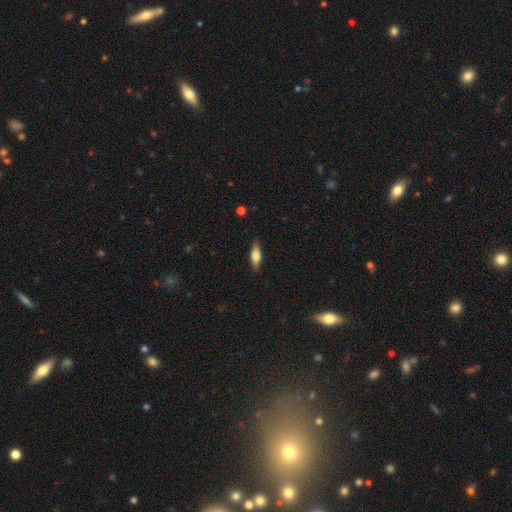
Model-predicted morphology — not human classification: A smooth galaxy with no disk features (55%) that is in between round and cigar-shaped (49%). Merging: none (86%).